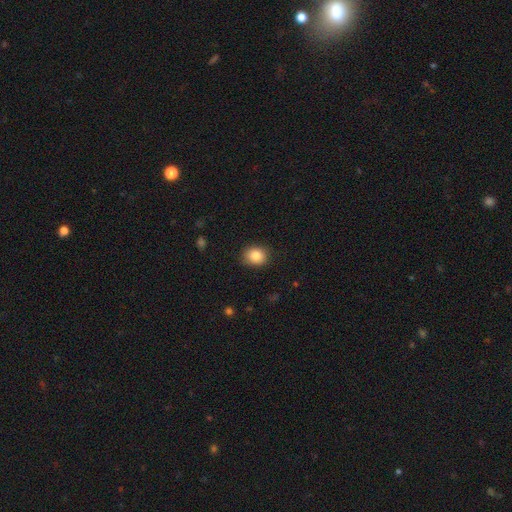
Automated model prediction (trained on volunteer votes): This appears to be a smooth galaxy with no disk features (85%) that is round (63%). Merging: none (87%).